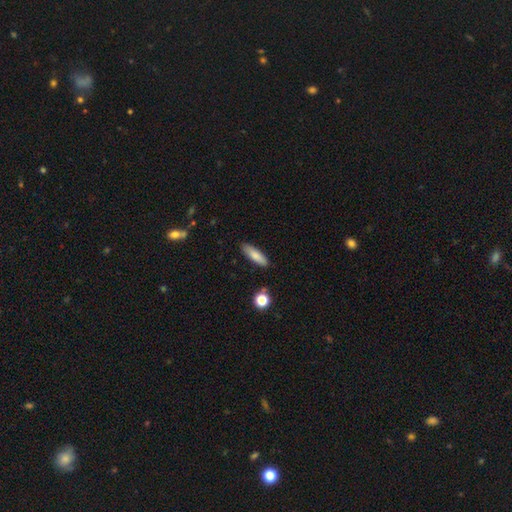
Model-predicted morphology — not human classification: Overall: smooth (80%). How rounded: cigar-shaped (58%; in between 40%). Merging: none (86%).